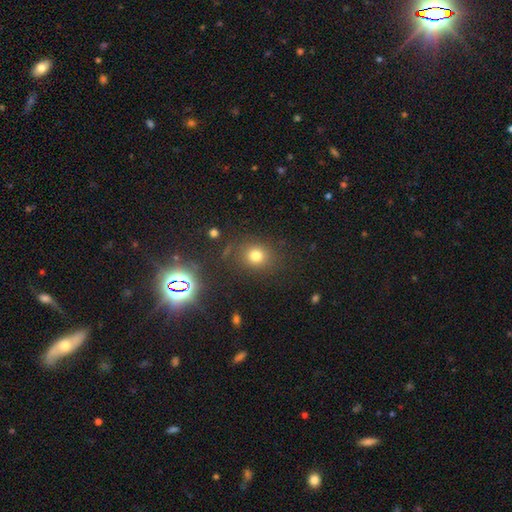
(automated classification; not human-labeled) Q: Smooth or featured?
A: smooth (74%); runner-up: star or artifact (18%)
Q: How rounded?
A: round (76%); runner-up: in between (23%)
Q: Merging?
A: none (81%); runner-up: minor disturbance (11%)